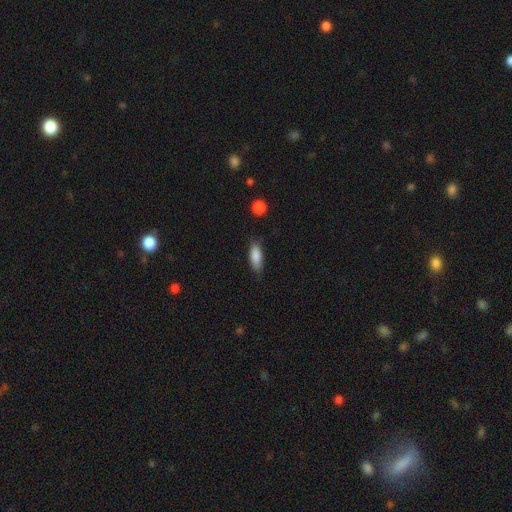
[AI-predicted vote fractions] This is clearly a smooth galaxy (85%). How rounded: likely in between (69%). Merging: likely none (78%).